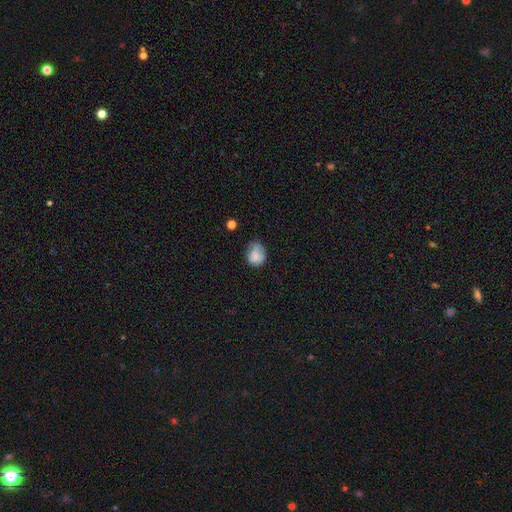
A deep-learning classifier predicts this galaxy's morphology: Smooth or featured? Predicted: smooth (p=0.76). How rounded? Predicted: round (p=0.55). Merging? Predicted: none (p=0.50).